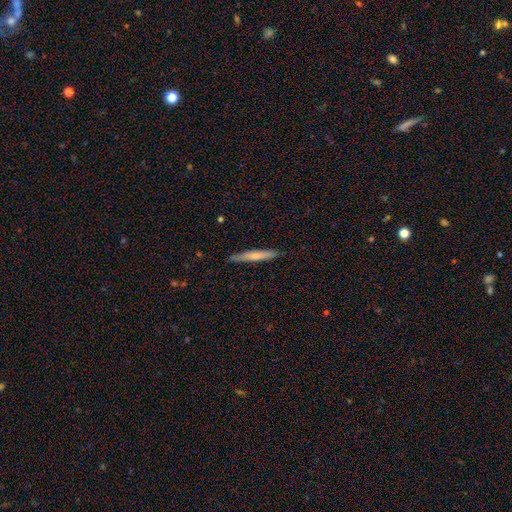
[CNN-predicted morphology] The model was most divided on "smooth or featured": smooth: 63%, featured or disk: 32%, star or artifact: 6%. More confident: how rounded — cigar-shaped (95%); merging — none (88%).